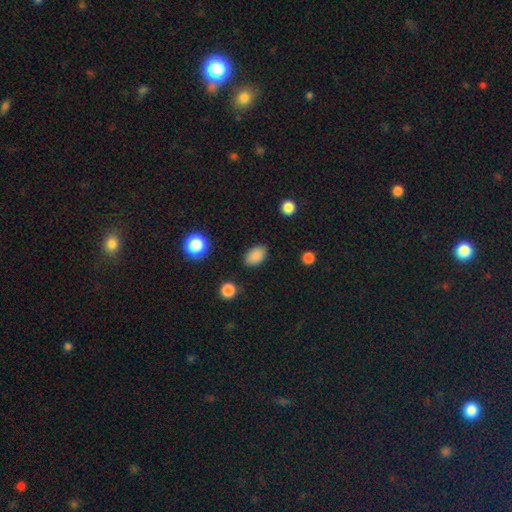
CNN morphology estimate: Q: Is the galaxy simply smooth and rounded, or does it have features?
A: smooth — 87%.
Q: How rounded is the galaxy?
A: in between — 88%.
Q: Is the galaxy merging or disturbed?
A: none — 86%.